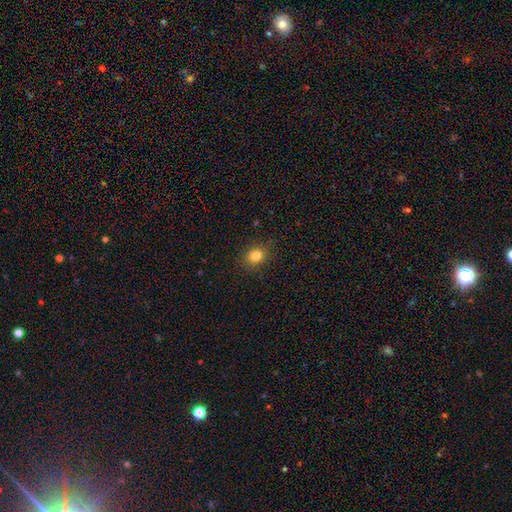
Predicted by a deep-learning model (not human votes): The model was most divided on "how rounded": round: 62%, in between: 37%, cigar-shaped: 1%. More confident: merging — none (87%); smooth or featured — smooth (82%).